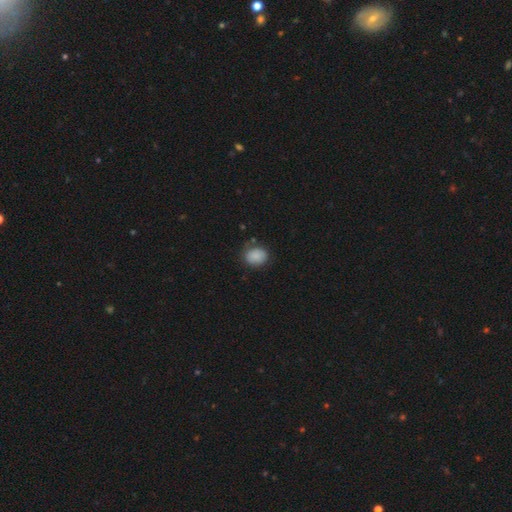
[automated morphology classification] type=smooth (86%); roundness=round (57%); merging=none (75%).